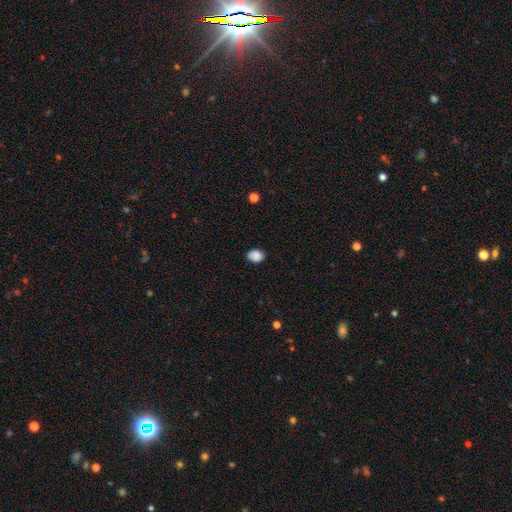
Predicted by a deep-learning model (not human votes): Smooth or featured? smooth (88%)
How rounded? in between (61%)
Merging? none (84%)